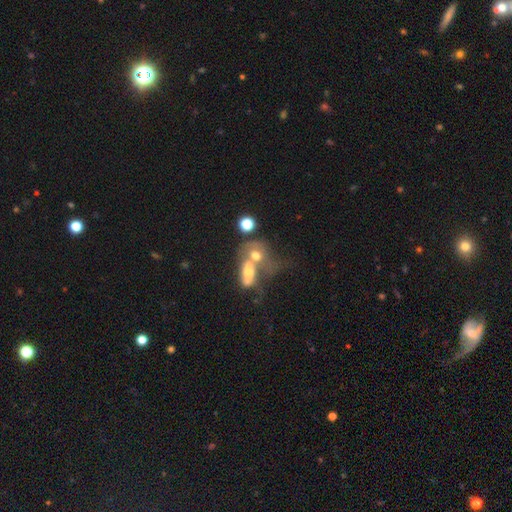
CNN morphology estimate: A smooth galaxy with no disk features (54%) that is in between round and cigar-shaped (65%). Merging: merger (69%).